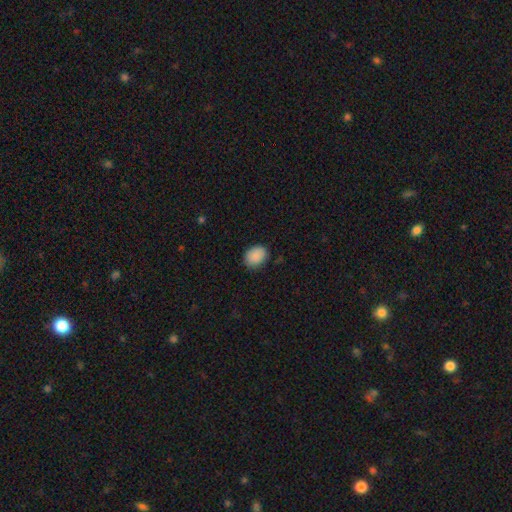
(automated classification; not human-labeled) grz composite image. It shows a smooth galaxy with no disk features (89%) that is in between round and cigar-shaped (65%). Merging: none (83%).